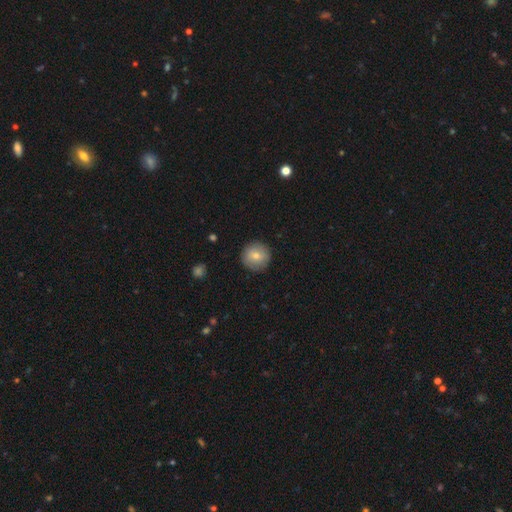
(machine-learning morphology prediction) Smooth or featured? smooth (74%)
How rounded? round (95%)
Merging? none (89%)